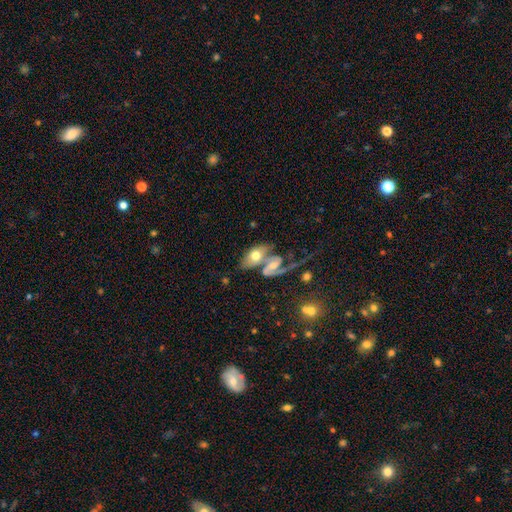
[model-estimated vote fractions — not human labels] Morphology: type=featured or disk (51%); edge-on=no (91%); merging=merger (63%).